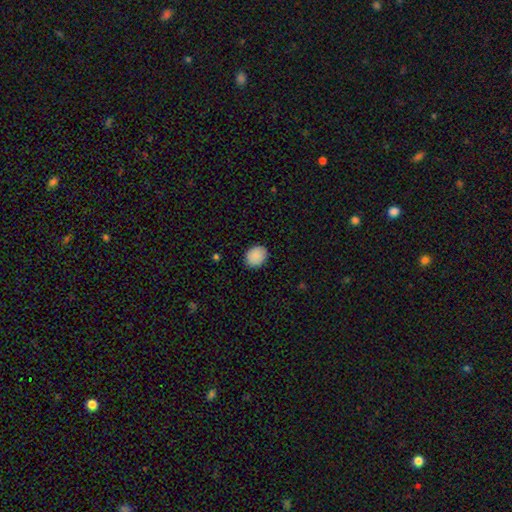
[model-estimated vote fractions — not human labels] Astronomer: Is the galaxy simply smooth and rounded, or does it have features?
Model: smooth — 89%.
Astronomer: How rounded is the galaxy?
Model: round — 52% (runner-up: in between, 47%).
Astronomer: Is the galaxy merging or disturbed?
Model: none — 87%.